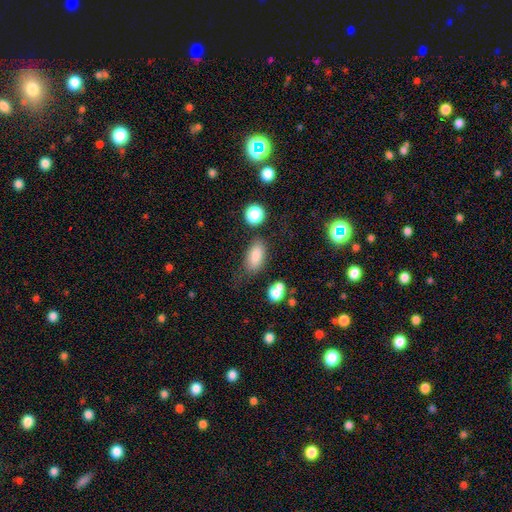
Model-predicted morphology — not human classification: type=smooth (83%); roundness=in between (88%); merging=none (67%).